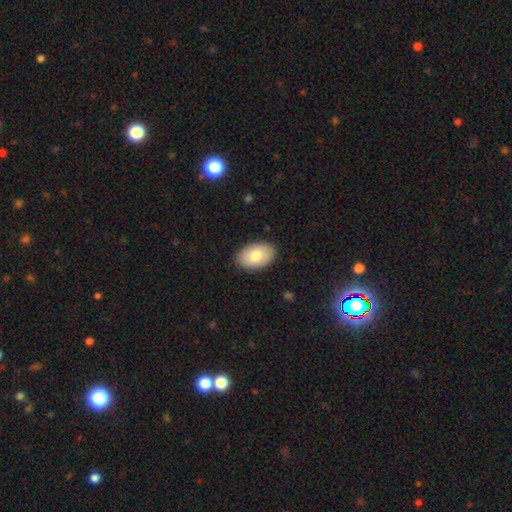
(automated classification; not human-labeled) A smooth galaxy with no disk features (80%) that is in between round and cigar-shaped (92%).

Vote fractions:
- Smooth or featured? smooth: 80% / featured or disk: 14% / star or artifact: 6%
- How rounded? in between: 92% / round: 7% / cigar-shaped: 1%
- Merging? none: 89% / minor disturbance: 8% / major disturbance: 2% / merger: 1%